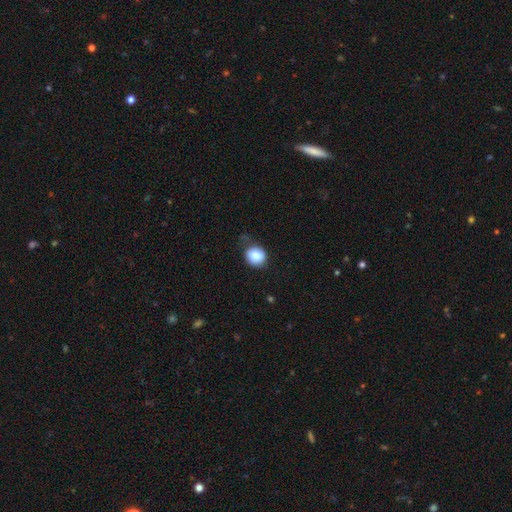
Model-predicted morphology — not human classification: Smooth or featured? Predicted: smooth (p=0.84). How rounded? Predicted: round (p=0.78). Merging? Predicted: none (p=0.59).